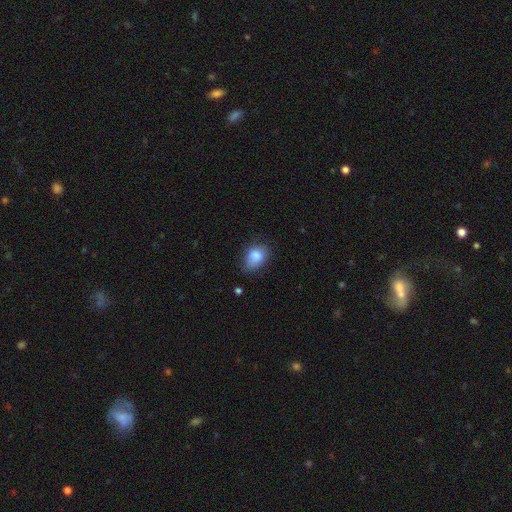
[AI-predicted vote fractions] This appears to be a smooth galaxy with no disk features (82%) that is in between round and cigar-shaped (73%). Merging: none (55%).